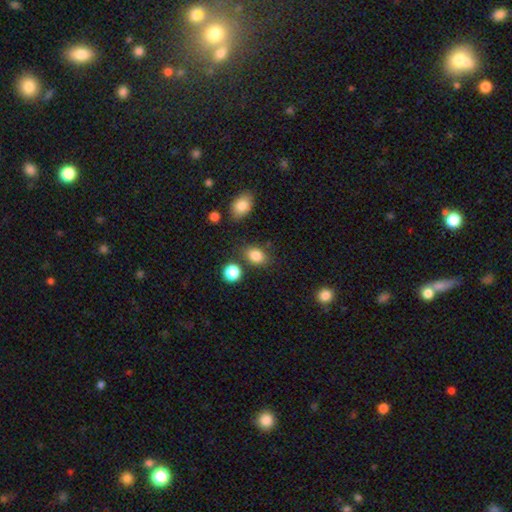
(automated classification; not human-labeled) smooth_or_featured: smooth (p=0.85) [alt: star or artifact p=0.10]
how_rounded: in between (p=0.71) [alt: round p=0.28]
merging: none (p=0.75) [alt: minor disturbance p=0.13]